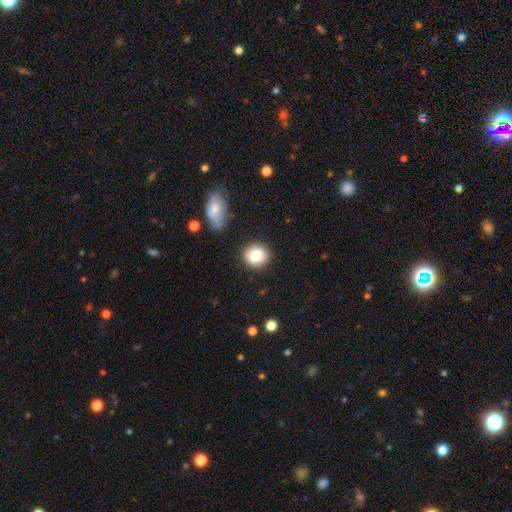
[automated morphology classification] smooth_or_featured: smooth (p=0.82) [alt: featured or disk p=0.10]
how_rounded: round (p=0.76) [alt: in between p=0.23]
merging: none (p=0.82) [alt: minor disturbance p=0.12]